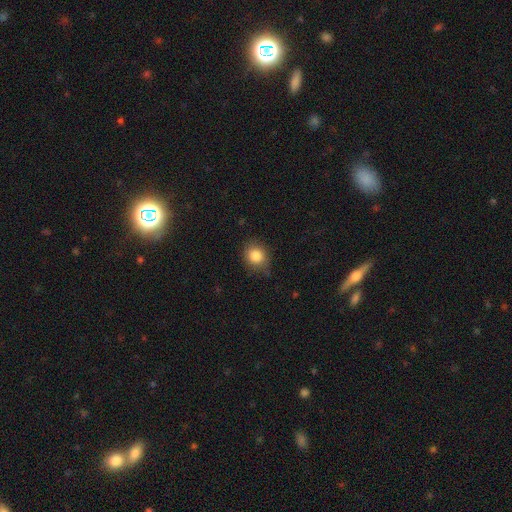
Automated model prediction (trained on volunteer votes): This is clearly a smooth galaxy (85%). How rounded: likely round (73%). Merging: likely none (76%).